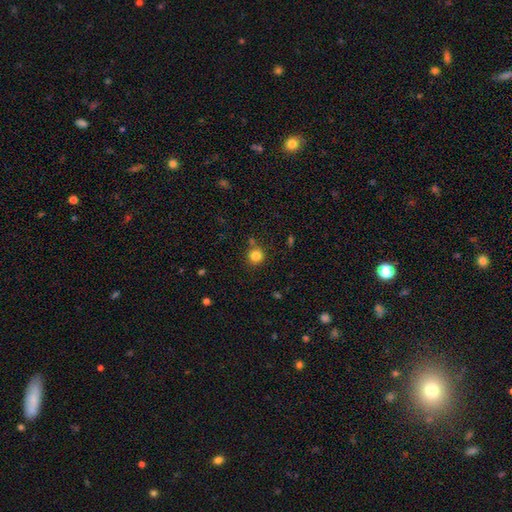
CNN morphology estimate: The model was most divided on "smooth or featured": smooth: 82%, star or artifact: 12%, featured or disk: 5%. More confident: how rounded — round (93%); merging — none (80%).